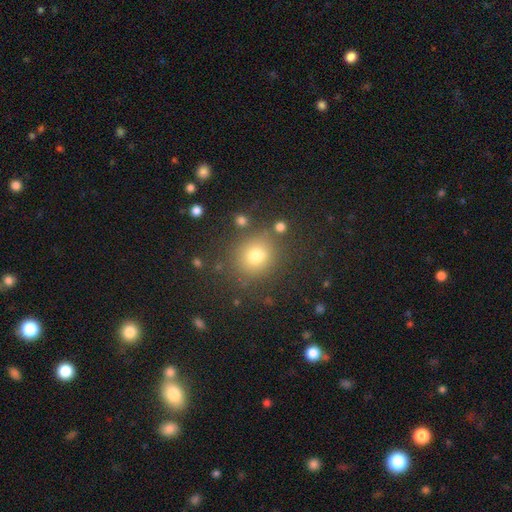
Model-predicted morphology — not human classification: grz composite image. It shows a smooth galaxy with no disk features (73%) that is round (81%). Merging: none (77%).